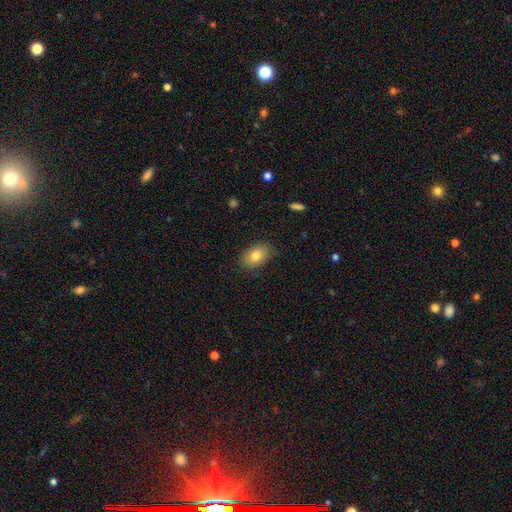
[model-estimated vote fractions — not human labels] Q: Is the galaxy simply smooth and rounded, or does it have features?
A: smooth — 80%.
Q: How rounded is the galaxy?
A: in between — 86%.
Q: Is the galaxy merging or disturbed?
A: none — 84%.